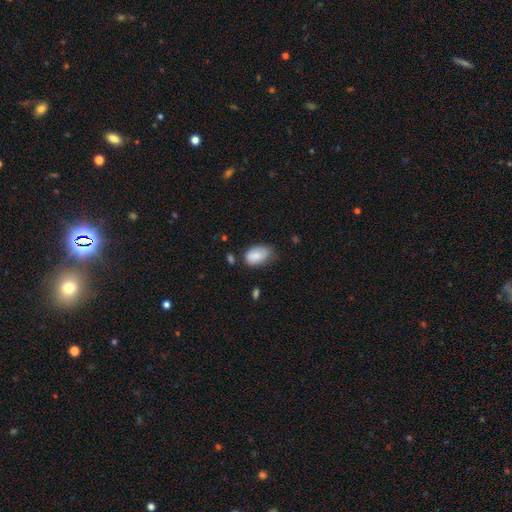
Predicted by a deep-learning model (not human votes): This appears to be a smooth galaxy with no disk features (85%) that is in between round and cigar-shaped (91%). Merging: none (50%).